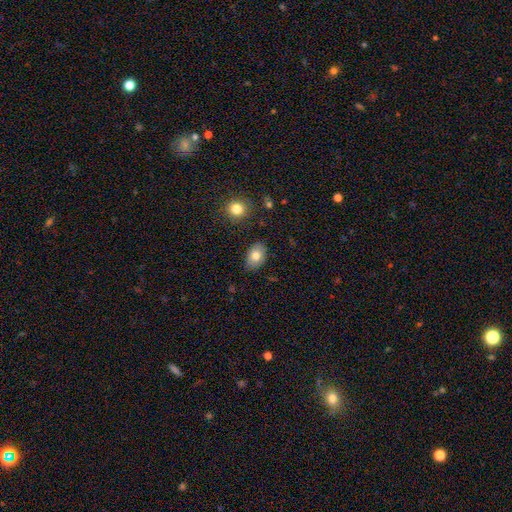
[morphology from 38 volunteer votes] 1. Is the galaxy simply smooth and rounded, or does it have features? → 84% smooth, 11% featured or disk, 5% star or artifact.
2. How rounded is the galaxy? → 81% in between, 19% round, 0% cigar-shaped.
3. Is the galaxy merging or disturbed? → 75% none, 22% minor disturbance, 3% merger, 0% major disturbance.